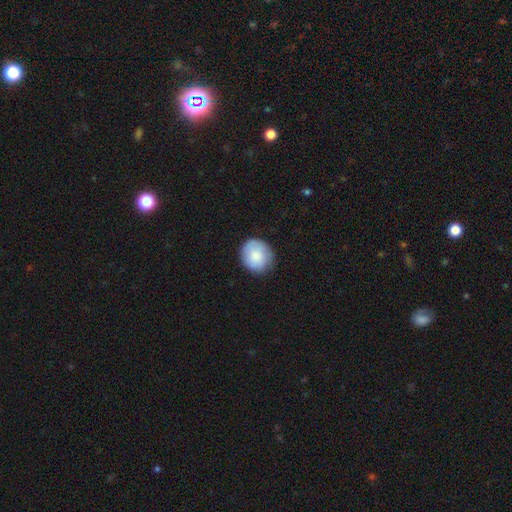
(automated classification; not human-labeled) This is clearly a smooth galaxy (80%). How rounded: clearly round (83%). Merging: clearly none (81%).